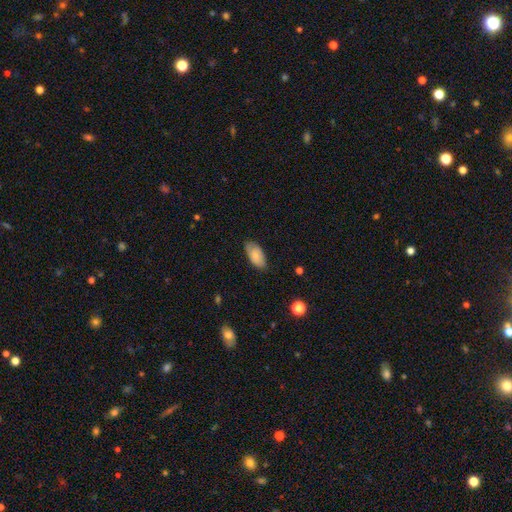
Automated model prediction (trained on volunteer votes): Overall: smooth (75%). How rounded: in between (93%). Merging: none (72%).